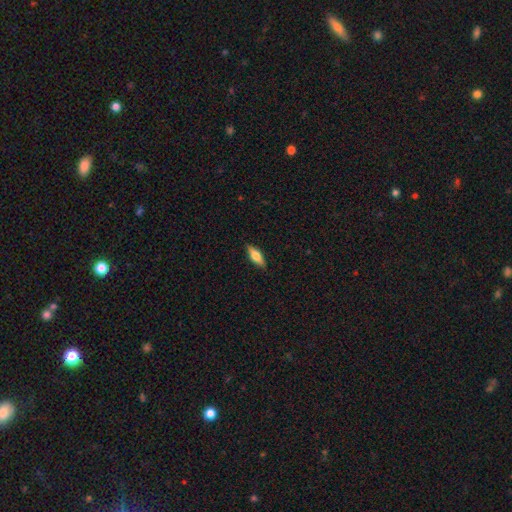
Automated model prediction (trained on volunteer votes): A smooth galaxy with no disk features (64%) that is in between round and cigar-shaped (58%).

Vote fractions:
- Smooth or featured? smooth: 64% / featured or disk: 29% / star or artifact: 6%
- How rounded? in between: 58% / cigar-shaped: 40% / round: 3%
- Merging? none: 87% / minor disturbance: 10% / major disturbance: 2% / merger: 1%